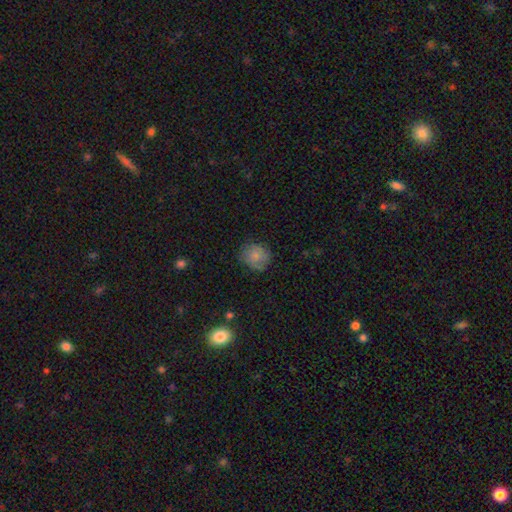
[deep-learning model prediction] Overall: smooth (79%). How rounded: round (84%). Merging: none (75%).